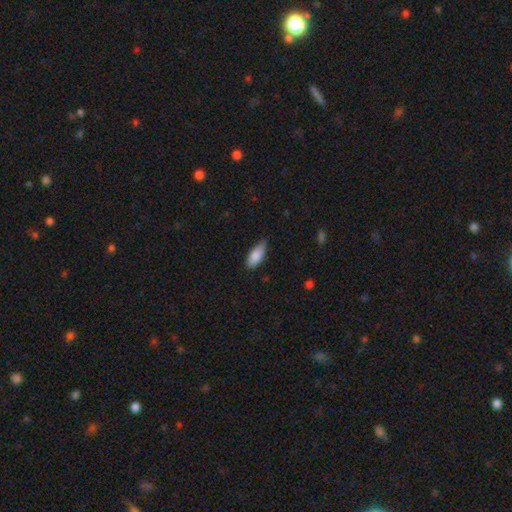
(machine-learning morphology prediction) Smooth or featured? smooth (86%)
How rounded? in between (83%)
Merging? none (63%)